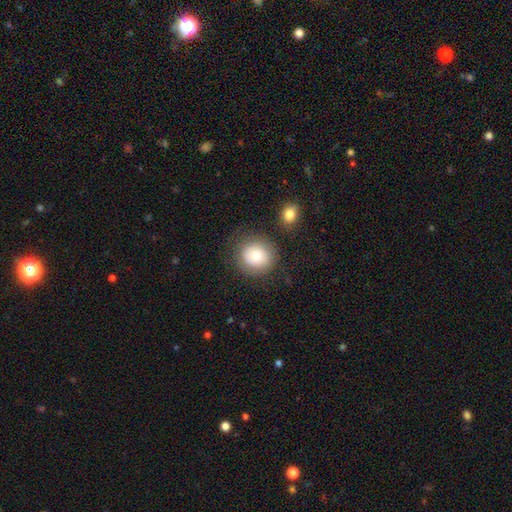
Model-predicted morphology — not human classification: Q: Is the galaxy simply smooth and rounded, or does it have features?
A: smooth — 75%.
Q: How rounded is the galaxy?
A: round — 89%.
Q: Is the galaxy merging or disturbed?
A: none — 79%.